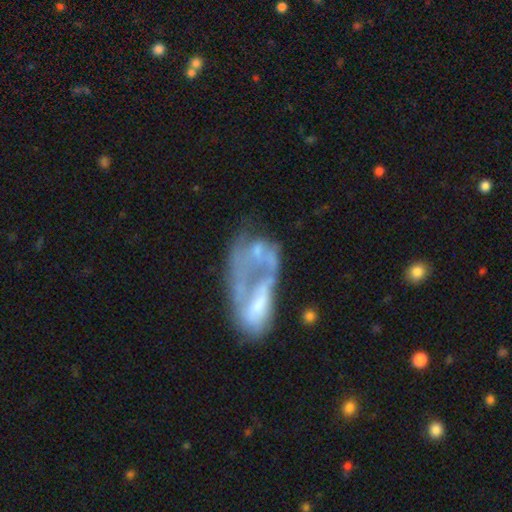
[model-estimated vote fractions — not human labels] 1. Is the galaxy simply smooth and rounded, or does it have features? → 59% featured or disk, 29% smooth, 11% star or artifact.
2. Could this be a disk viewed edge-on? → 95% no, 5% yes.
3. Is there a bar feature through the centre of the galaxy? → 79% no, 15% weak, 6% strong.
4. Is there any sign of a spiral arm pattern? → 79% no, 21% yes.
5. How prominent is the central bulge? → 49% none, 22% moderate, 21% small, 6% large, 2% dominant.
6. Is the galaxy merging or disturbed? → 40% major disturbance, 32% merger, 16% none, 12% minor disturbance.